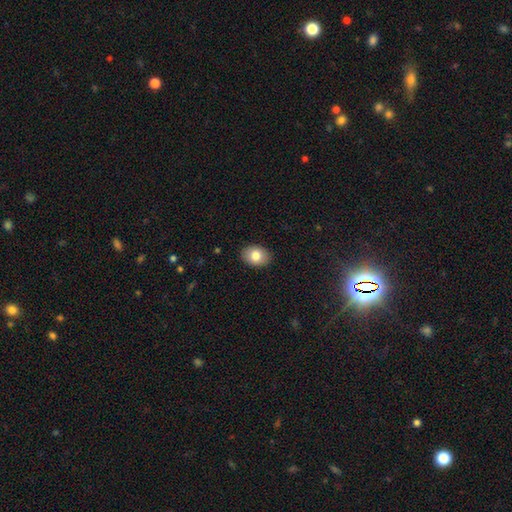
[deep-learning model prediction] Smooth or featured? smooth (81%)
How rounded? in between (73%)
Merging? none (90%)